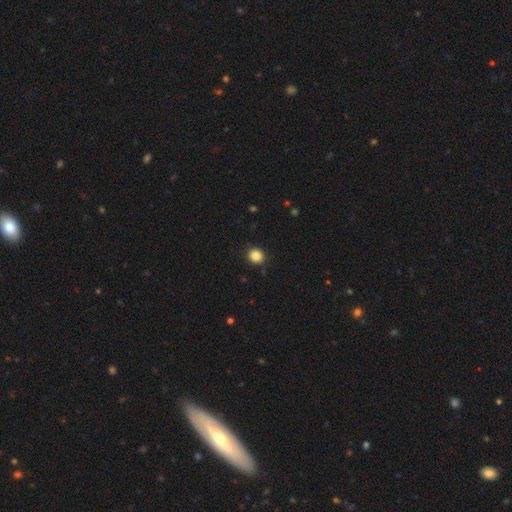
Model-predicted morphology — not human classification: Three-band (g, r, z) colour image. It shows a smooth galaxy with no disk features (86%) that is round (84%). Merging: none (91%).